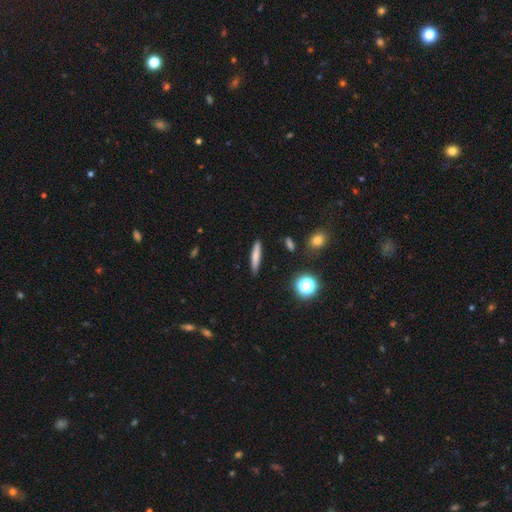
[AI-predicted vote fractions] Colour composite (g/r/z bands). It shows a smooth galaxy with no disk features (73%) that is cigar-shaped (88%). Merging: none (88%).